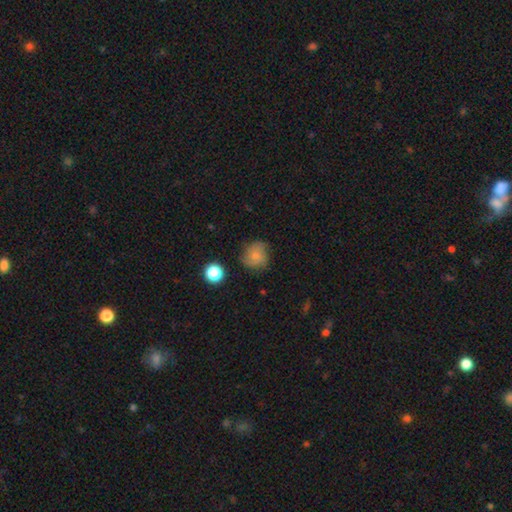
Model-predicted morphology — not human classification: smooth-or-featured: smooth: 68% | featured or disk: 21% | star or artifact: 11%
  how-rounded: round: 87% | in between: 12% | cigar-shaped: 1%
  merging: none: 72% | minor disturbance: 20% | major disturbance: 6% | merger: 2%